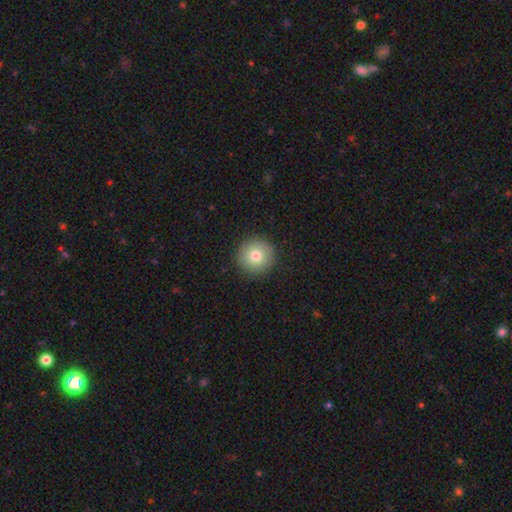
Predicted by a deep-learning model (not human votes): Smooth or featured? smooth (77%)
How rounded? round (96%)
Merging? none (91%)